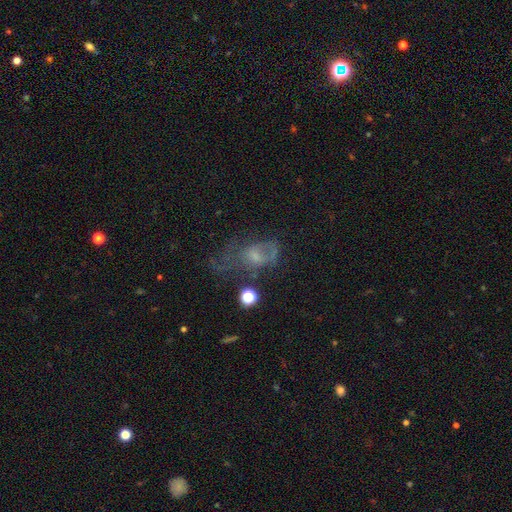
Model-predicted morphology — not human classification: The model was most divided on "merging": major disturbance: 42%, none: 31%, minor disturbance: 21%, merger: 6%. Remaining: smooth or featured — featured or disk (47%).